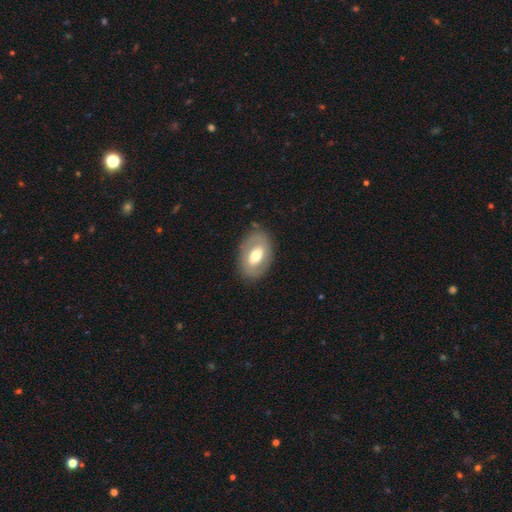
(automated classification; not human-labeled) smooth-or-featured: featured or disk: 48% | smooth: 46% | star or artifact: 6%
  merging: none: 81% | minor disturbance: 12% | major disturbance: 5% | merger: 1%